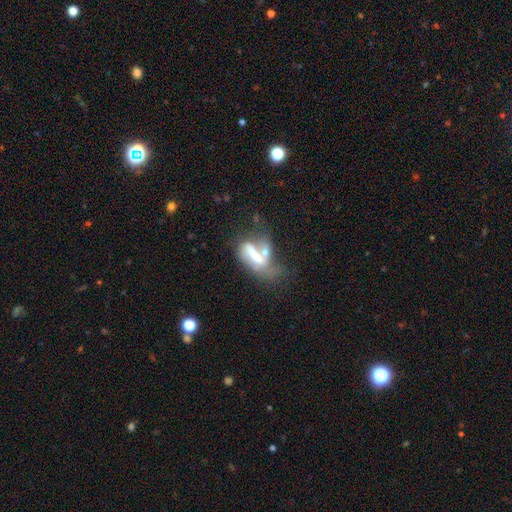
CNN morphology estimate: Smooth or featured?
  - featured or disk: 48% *
  - smooth: 43%
  - star or artifact: 9%
Merging?
  - merger: 46% *
  - major disturbance: 25%
  - none: 16%
  - minor disturbance: 13%